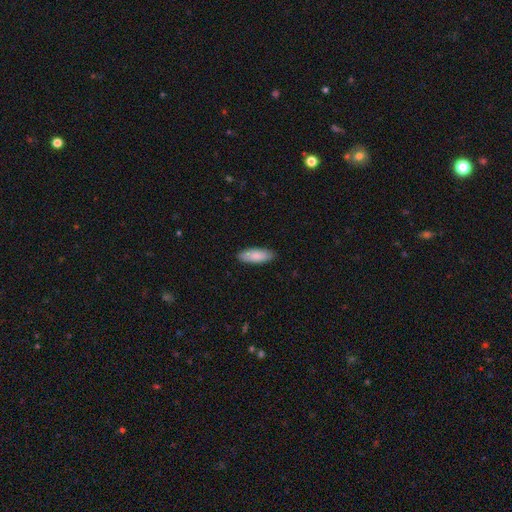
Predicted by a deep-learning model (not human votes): smooth-or-featured: smooth: 85% | featured or disk: 10% | star or artifact: 5%
  how-rounded: in between: 68% | cigar-shaped: 31% | round: 2%
  merging: none: 88% | minor disturbance: 9% | major disturbance: 2% | merger: 1%